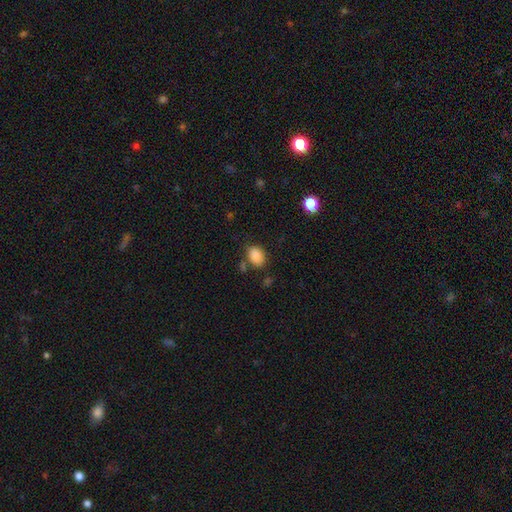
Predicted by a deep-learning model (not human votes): Smooth or featured? smooth (86%)
How rounded? in between (77%)
Merging? none (72%)